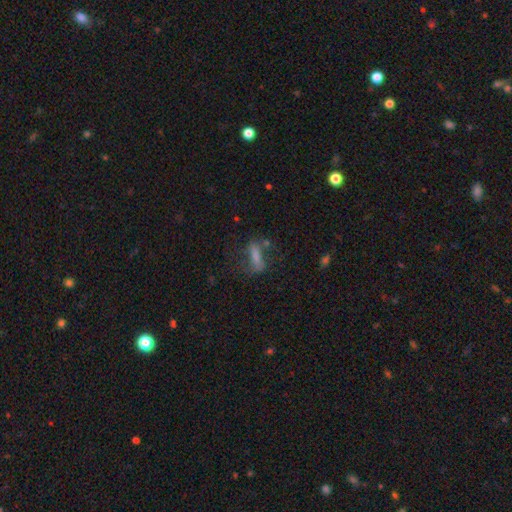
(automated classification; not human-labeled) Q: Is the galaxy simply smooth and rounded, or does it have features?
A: smooth — 47%.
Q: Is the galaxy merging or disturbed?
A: none — 57%.